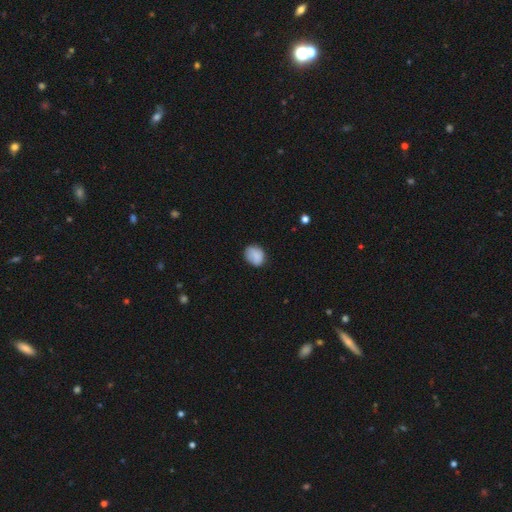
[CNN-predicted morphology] smooth 85%, star or artifact 8%, featured or disk 7%. Down the decision tree: how rounded — in between (51%); merging — none (73%).